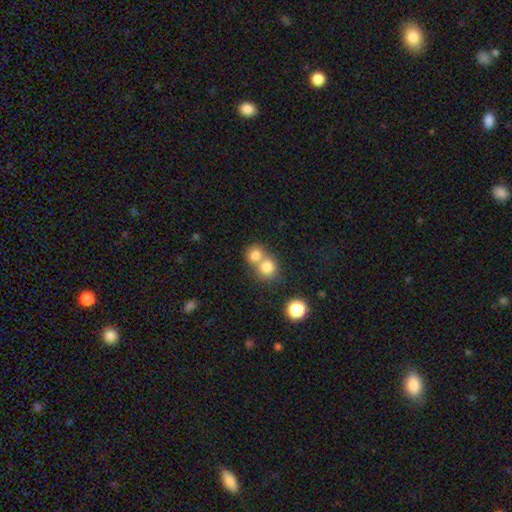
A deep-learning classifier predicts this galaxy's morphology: smooth_or_featured: smooth (p=0.79) [alt: star or artifact p=0.11]
how_rounded: round (p=0.82) [alt: in between p=0.17]
merging: merger (p=0.56) [alt: none p=0.37]